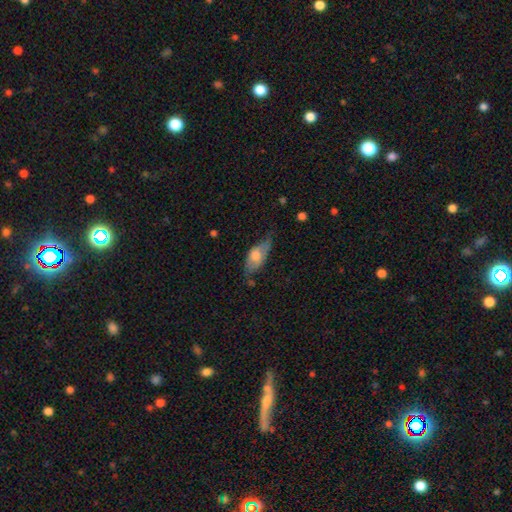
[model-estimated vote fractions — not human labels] Smooth or featured?
  - smooth: 57% *
  - featured or disk: 36%
  - star or artifact: 6%
How rounded?
  - in between: 82% *
  - cigar-shaped: 15%
  - round: 3%
Merging?
  - none: 47% *
  - minor disturbance: 36%
  - major disturbance: 13%
  - merger: 3%